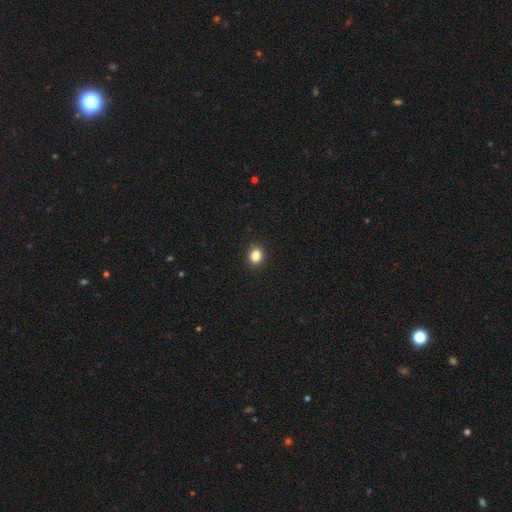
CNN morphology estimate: This appears to be a smooth galaxy with no disk features (85%) that is round (51%). Merging: none (90%).